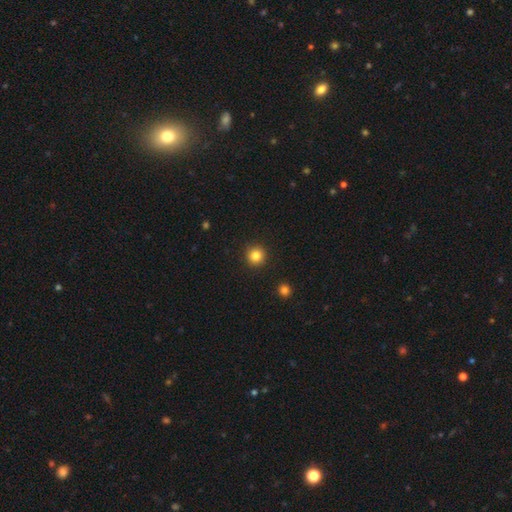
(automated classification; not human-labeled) Overall: smooth (83%). How rounded: round (95%). Merging: none (93%).